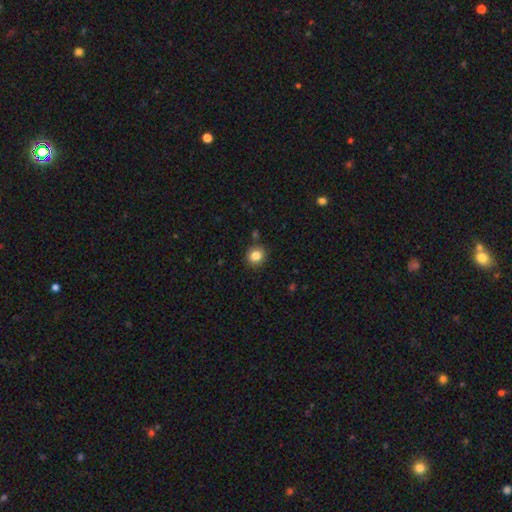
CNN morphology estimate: Smooth or featured?
  - smooth: 84% *
  - star or artifact: 11%
  - featured or disk: 6%
How rounded?
  - round: 85% *
  - in between: 14%
  - cigar-shaped: 1%
Merging?
  - none: 86% *
  - minor disturbance: 9%
  - merger: 3%
  - major disturbance: 2%